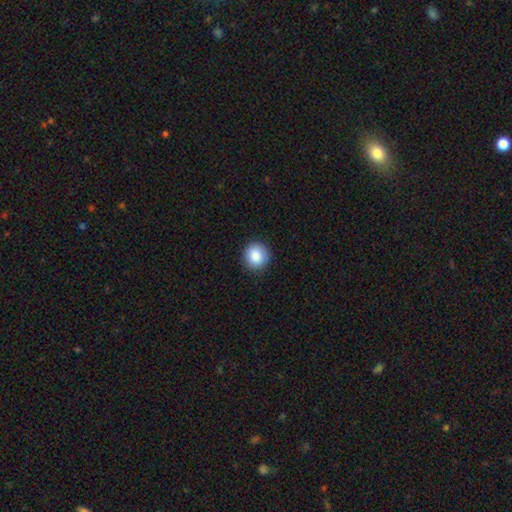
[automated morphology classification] This is clearly a smooth galaxy (87%). How rounded: clearly round (91%). Merging: clearly none (90%).